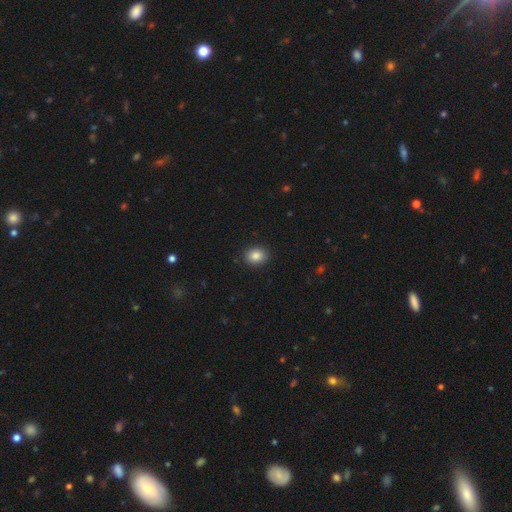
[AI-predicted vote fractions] The model was most divided on "how rounded": round: 50%, in between: 49%, cigar-shaped: 1%. More confident: merging — none (90%); smooth or featured — smooth (86%).